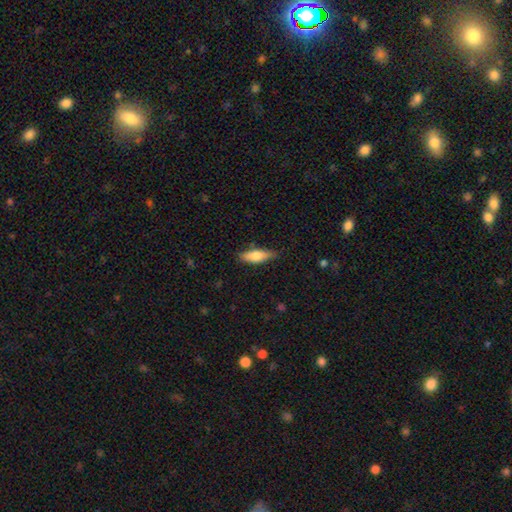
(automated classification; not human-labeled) Morphology: type=smooth (74%); roundness=in between (57%); merging=none (79%).